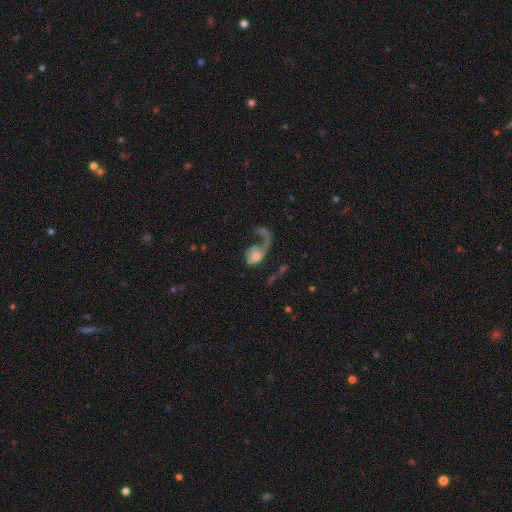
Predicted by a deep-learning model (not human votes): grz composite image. It shows a featured or disk galaxy (60%) with no bar (79%), spiral arms (72%) and a moderate central bulge (35%). Merging: major disturbance (61%).